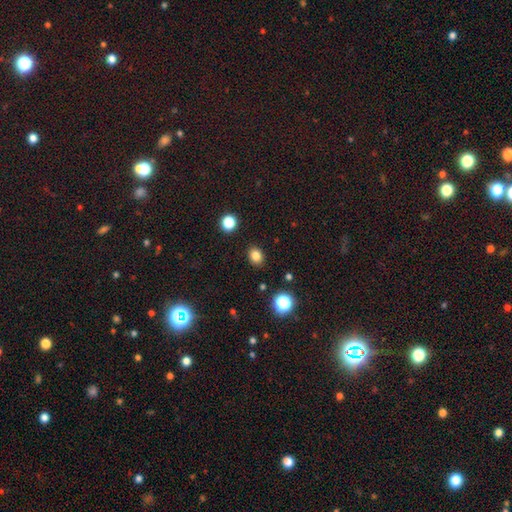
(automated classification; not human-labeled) Overall: smooth (82%). How rounded: round (50%; in between 49%). Merging: none (89%).